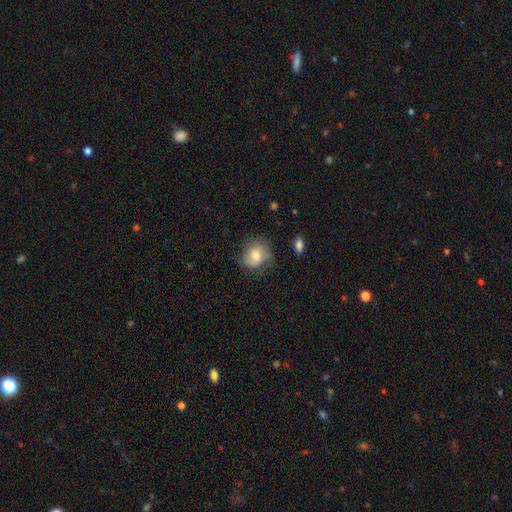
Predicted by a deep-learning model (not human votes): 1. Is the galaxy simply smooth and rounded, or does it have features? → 67% smooth, 25% featured or disk, 8% star or artifact.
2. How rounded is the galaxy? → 68% round, 31% in between, 1% cigar-shaped.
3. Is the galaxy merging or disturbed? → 65% none, 24% minor disturbance, 9% major disturbance, 2% merger.